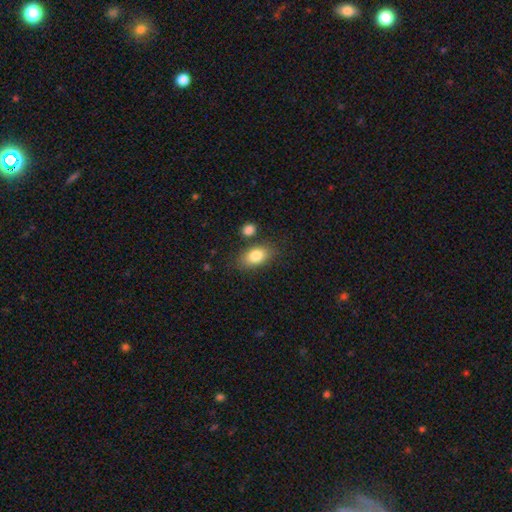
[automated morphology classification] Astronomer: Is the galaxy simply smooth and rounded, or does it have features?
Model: smooth — 83%.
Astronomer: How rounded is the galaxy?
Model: in between — 88%.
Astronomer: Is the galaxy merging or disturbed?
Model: none — 76%.